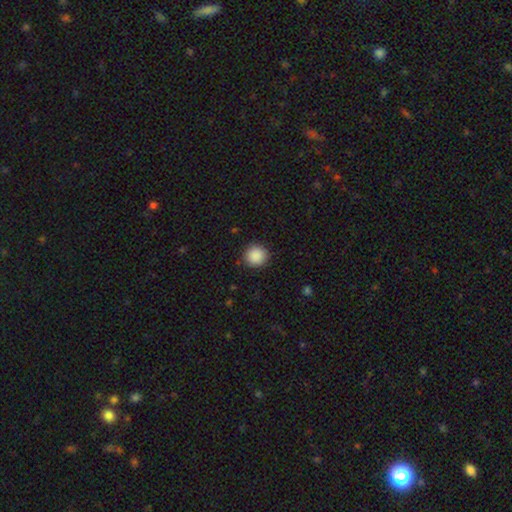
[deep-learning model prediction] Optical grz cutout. It shows a smooth galaxy with no disk features (89%) that is round (94%). Merging: none (91%).